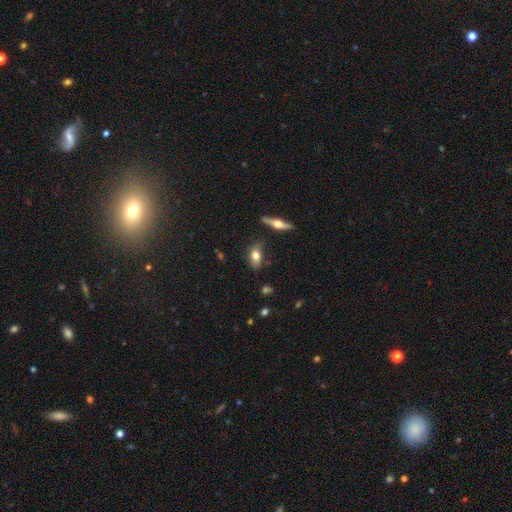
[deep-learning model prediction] Smooth or featured?
  - smooth: 72% *
  - featured or disk: 20%
  - star or artifact: 8%
How rounded?
  - in between: 84% *
  - round: 9%
  - cigar-shaped: 7%
Merging?
  - none: 75% *
  - minor disturbance: 17%
  - major disturbance: 4%
  - merger: 4%